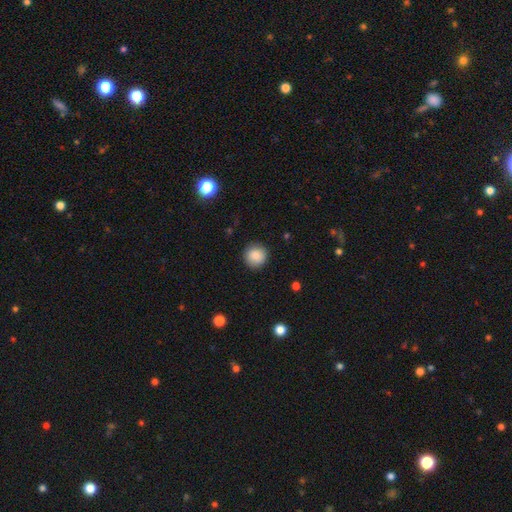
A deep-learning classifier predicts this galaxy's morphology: A smooth galaxy with no disk features (87%) that is round (94%).

Vote fractions:
- Smooth or featured? smooth: 87% / star or artifact: 9% / featured or disk: 5%
- How rounded? round: 94% / in between: 5% / cigar-shaped: 1%
- Merging? none: 89% / minor disturbance: 8% / major disturbance: 2% / merger: 1%